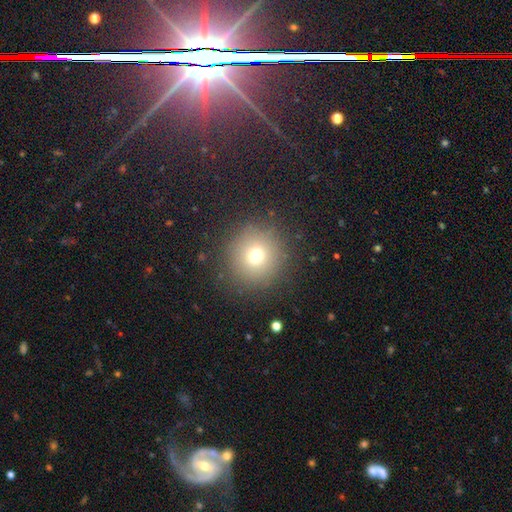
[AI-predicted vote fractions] Smooth or featured? Predicted: smooth (p=0.71). How rounded? Predicted: round (p=0.94). Merging? Predicted: none (p=0.88).